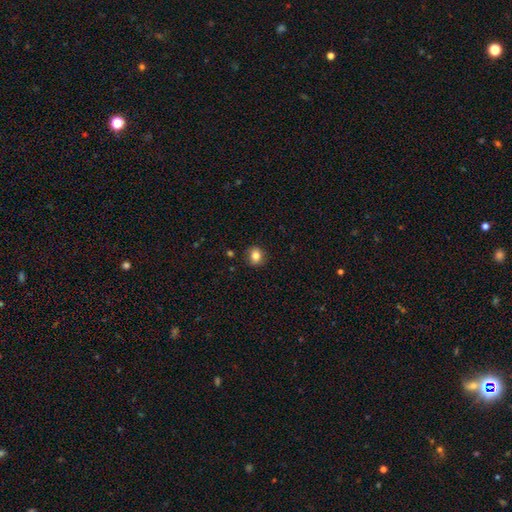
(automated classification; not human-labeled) Smooth or featured? smooth (83%)
How rounded? round (71%)
Merging? none (87%)